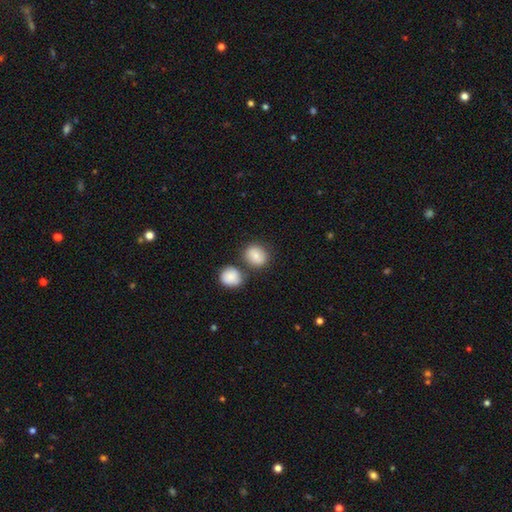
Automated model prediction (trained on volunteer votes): Smooth or featured? smooth (84%)
How rounded? round (66%)
Merging? none (65%)